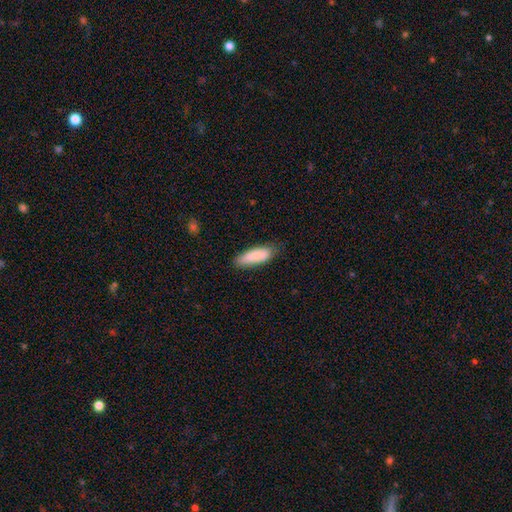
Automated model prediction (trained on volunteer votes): Smooth or featured: smooth — 86% (featured or disk — 8%)
How rounded: in between — 59% (cigar-shaped — 39%)
Merging: none — 75% (minor disturbance — 20%)